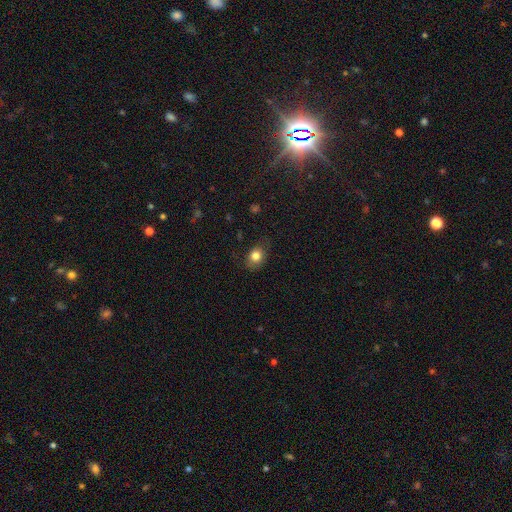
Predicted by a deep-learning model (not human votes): Smooth or featured?
  - smooth: 81% *
  - star or artifact: 10%
  - featured or disk: 9%
How rounded?
  - in between: 55% *
  - round: 43%
  - cigar-shaped: 1%
Merging?
  - none: 74% *
  - minor disturbance: 19%
  - major disturbance: 5%
  - merger: 1%